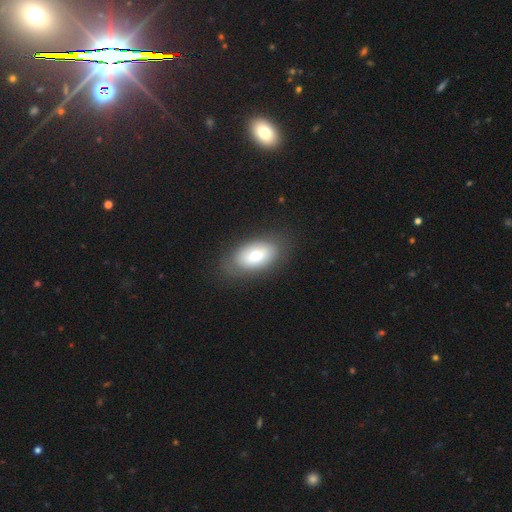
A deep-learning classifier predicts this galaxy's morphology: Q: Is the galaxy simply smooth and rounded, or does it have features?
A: smooth — 67%.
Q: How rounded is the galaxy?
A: in between — 90%.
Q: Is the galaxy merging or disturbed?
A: none — 80%.